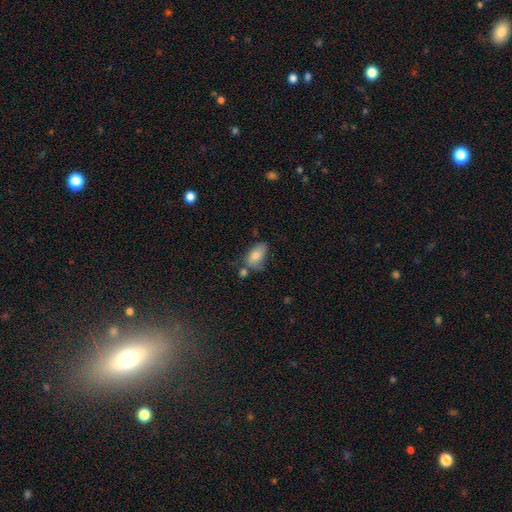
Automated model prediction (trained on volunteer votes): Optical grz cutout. It shows a smooth galaxy with no disk features (79%) that is in between round and cigar-shaped (91%). Merging: none (48%).